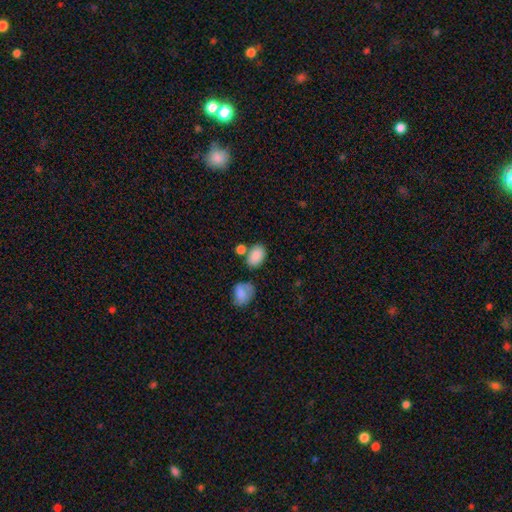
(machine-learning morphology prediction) This appears to be a smooth galaxy with no disk features (86%) that is in between round and cigar-shaped (85%). Merging: none (64%).